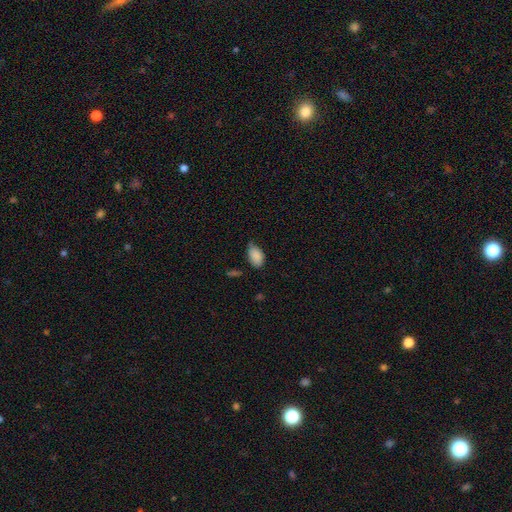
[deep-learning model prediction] Overall: smooth (87%). How rounded: in between (92%). Merging: none (53%; minor disturbance 38%).